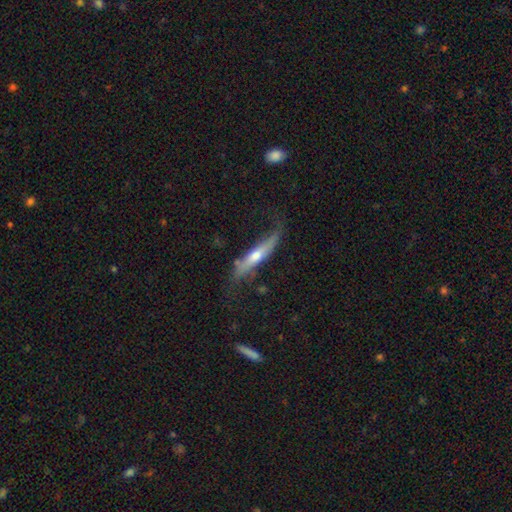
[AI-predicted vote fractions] Q: Smooth or featured?
A: featured or disk (63%); runner-up: smooth (31%)
Q: Edge-on disk?
A: yes (76%); runner-up: no (24%)
Q: Merging?
A: none (51%); runner-up: minor disturbance (30%)